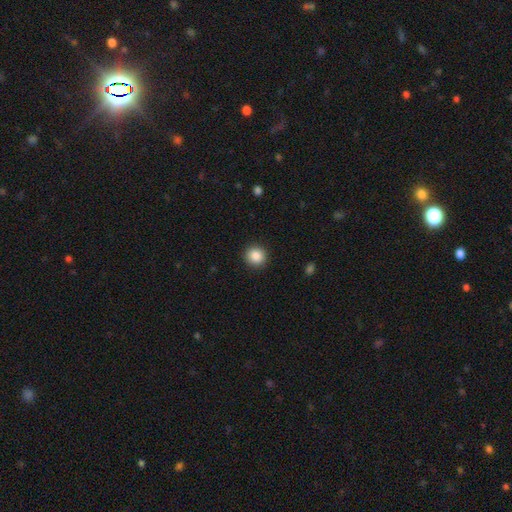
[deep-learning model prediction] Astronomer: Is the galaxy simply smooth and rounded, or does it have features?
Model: smooth — 87%.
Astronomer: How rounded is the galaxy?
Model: round — 92%.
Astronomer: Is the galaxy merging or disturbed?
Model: none — 92%.